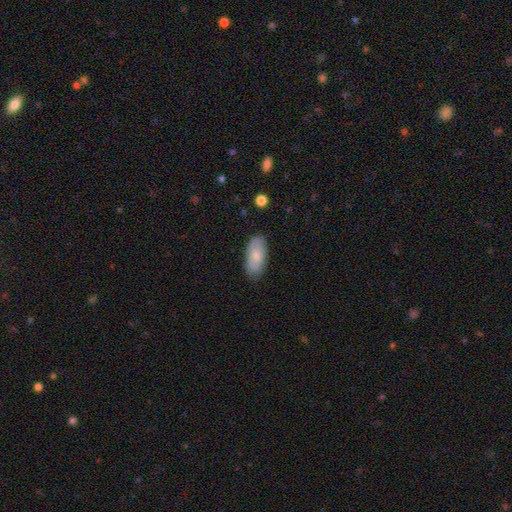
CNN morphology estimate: A smooth galaxy with no disk features (76%) that is in between round and cigar-shaped (92%).

Vote fractions:
- Smooth or featured? smooth: 76% / featured or disk: 18% / star or artifact: 6%
- How rounded? in between: 92% / cigar-shaped: 6% / round: 2%
- Merging? none: 81% / minor disturbance: 15% / major disturbance: 3% / merger: 1%